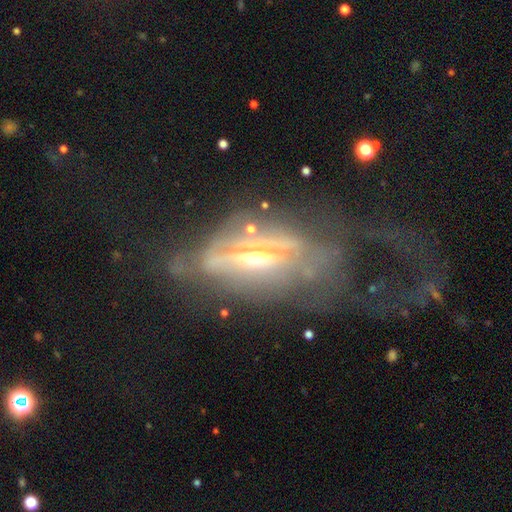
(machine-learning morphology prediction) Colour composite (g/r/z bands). It shows a featured or disk galaxy (71%). Merging: major disturbance (59%).